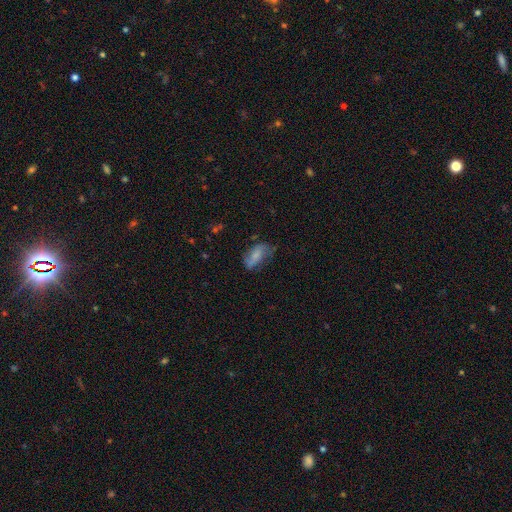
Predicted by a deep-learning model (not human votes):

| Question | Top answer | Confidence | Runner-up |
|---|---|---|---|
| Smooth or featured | smooth | 60% | featured or disk (32%) |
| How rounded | in between | 87% | cigar-shaped (9%) |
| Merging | none | 55% | minor disturbance (30%) |